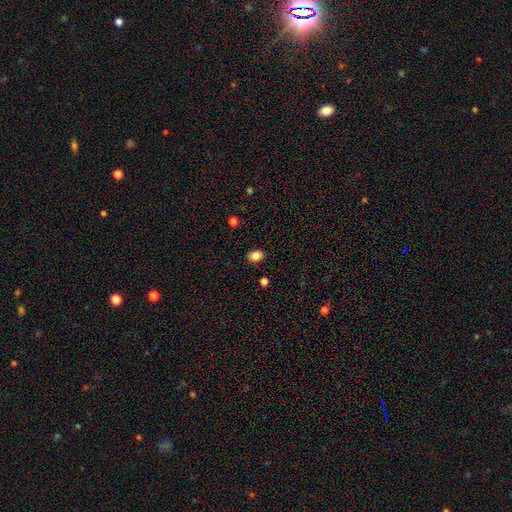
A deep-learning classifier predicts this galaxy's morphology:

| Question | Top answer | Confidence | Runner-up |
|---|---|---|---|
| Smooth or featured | smooth | 86% | star or artifact (9%) |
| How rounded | in between | 69% | round (30%) |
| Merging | none | 88% | minor disturbance (9%) |